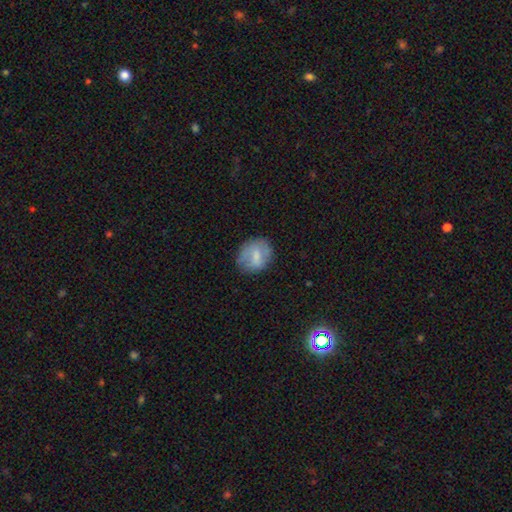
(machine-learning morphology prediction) type=smooth (61%); roundness=round (65%); merging=none (69%).